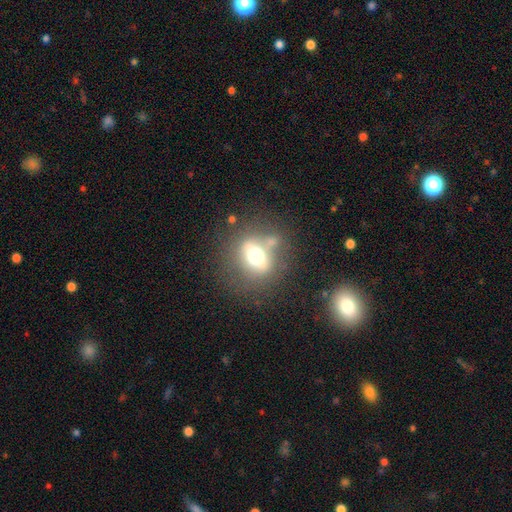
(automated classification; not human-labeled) Smooth or featured?
  - smooth: 48% *
  - featured or disk: 41%
  - star or artifact: 12%
Merging?
  - none: 61% *
  - minor disturbance: 17%
  - merger: 12%
  - major disturbance: 10%